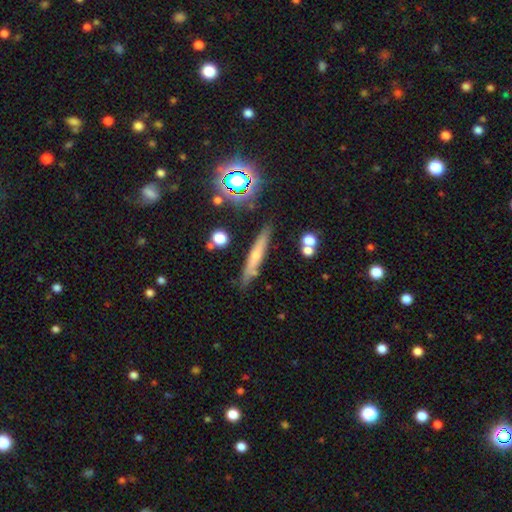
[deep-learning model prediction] smooth_or_featured: smooth (p=0.52) [alt: featured or disk p=0.38]
how_rounded: cigar-shaped (p=0.90) [alt: in between p=0.07]
merging: none (p=0.80) [alt: minor disturbance p=0.13]